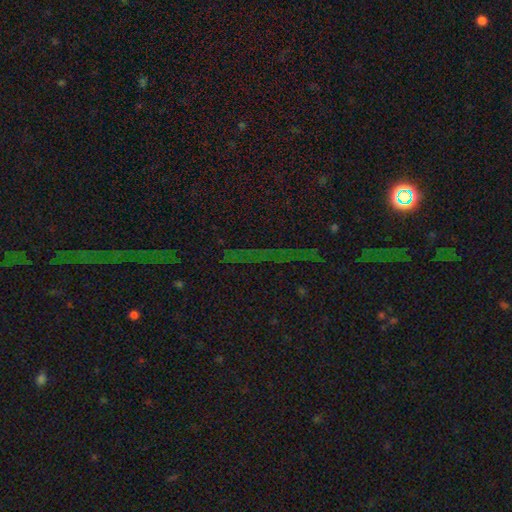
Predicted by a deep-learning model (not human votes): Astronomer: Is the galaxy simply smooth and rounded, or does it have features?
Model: star or artifact — 79%.